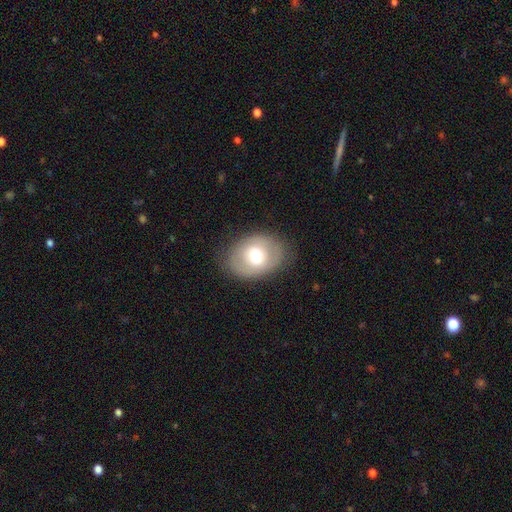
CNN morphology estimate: The model was most divided on "smooth or featured": smooth: 57%, featured or disk: 35%, star or artifact: 8%. More confident: merging — none (79%); how rounded — in between (66%).